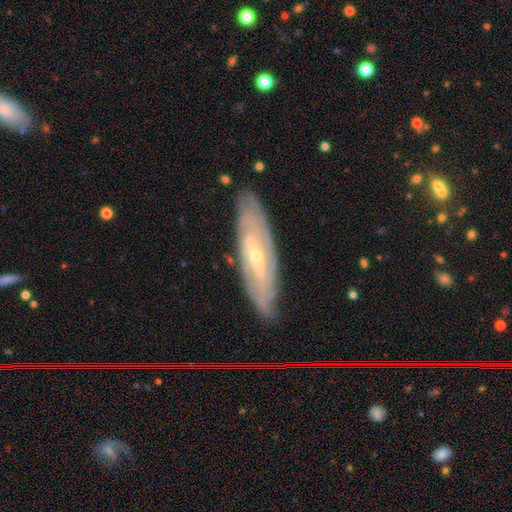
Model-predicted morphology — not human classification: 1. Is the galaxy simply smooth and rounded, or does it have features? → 78% featured or disk, 15% smooth, 8% star or artifact.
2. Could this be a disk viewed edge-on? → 68% no, 32% yes.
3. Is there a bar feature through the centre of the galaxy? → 41% weak, 34% no, 25% strong.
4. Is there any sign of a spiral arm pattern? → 81% yes, 19% no.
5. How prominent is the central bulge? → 75% small, 21% moderate, 1% none, 1% large, 1% dominant.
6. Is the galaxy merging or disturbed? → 83% none, 13% minor disturbance, 3% major disturbance, 1% merger.